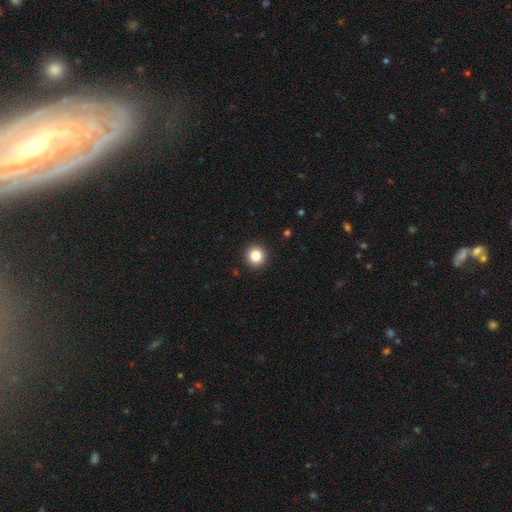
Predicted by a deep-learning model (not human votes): A smooth galaxy with no disk features (85%) that is round (95%).

Vote fractions:
- Smooth or featured? smooth: 85% / star or artifact: 10% / featured or disk: 5%
- How rounded? round: 95% / in between: 4% / cigar-shaped: 1%
- Merging? none: 93% / minor disturbance: 4% / major disturbance: 2% / merger: 1%